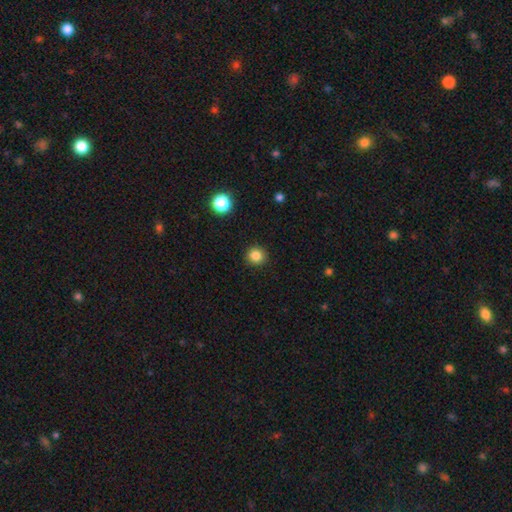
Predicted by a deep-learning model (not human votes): Overall: smooth (84%). How rounded: round (93%). Merging: none (92%).